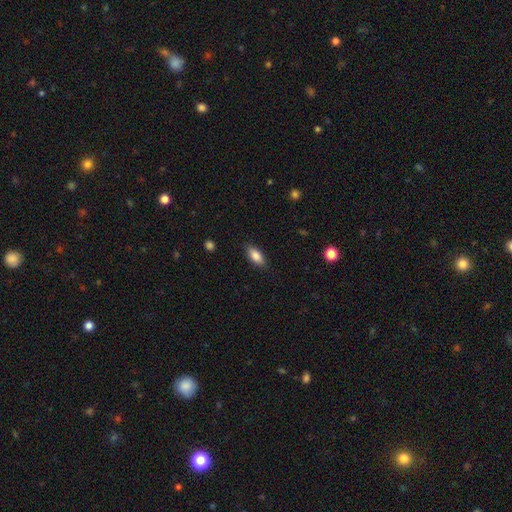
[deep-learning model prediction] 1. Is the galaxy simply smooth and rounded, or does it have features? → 85% smooth, 8% featured or disk, 7% star or artifact.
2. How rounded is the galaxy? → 86% in between, 11% cigar-shaped, 3% round.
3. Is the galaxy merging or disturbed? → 86% none, 11% minor disturbance, 2% major disturbance, 1% merger.